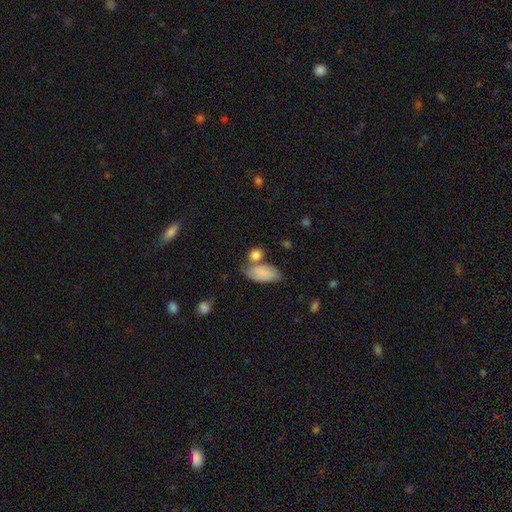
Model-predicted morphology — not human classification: The model was most divided on "how rounded": in between: 60%, round: 37%, cigar-shaped: 3%. More confident: smooth or featured — smooth (84%); merging — none (54%).